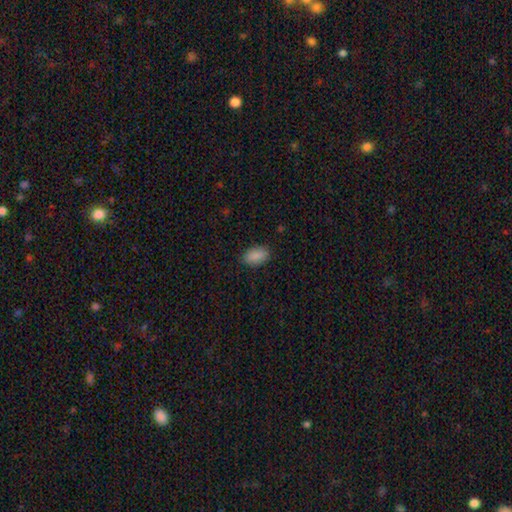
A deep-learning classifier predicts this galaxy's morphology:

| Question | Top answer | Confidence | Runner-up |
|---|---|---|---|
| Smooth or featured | smooth | 89% | star or artifact (7%) |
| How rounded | in between | 92% | round (5%) |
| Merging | none | 86% | minor disturbance (11%) |